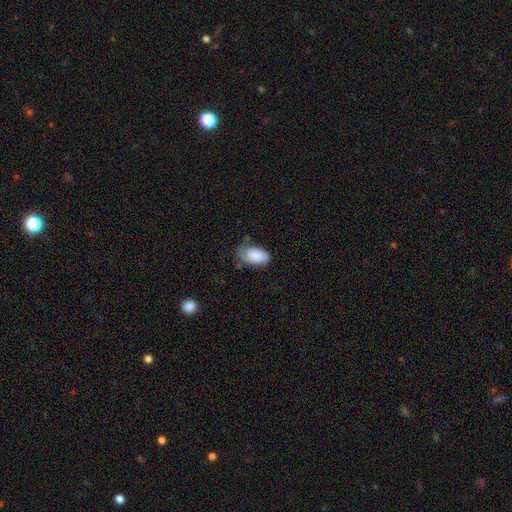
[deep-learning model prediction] A smooth galaxy with no disk features (81%) that is in between round and cigar-shaped (94%). Merging: none (53%).